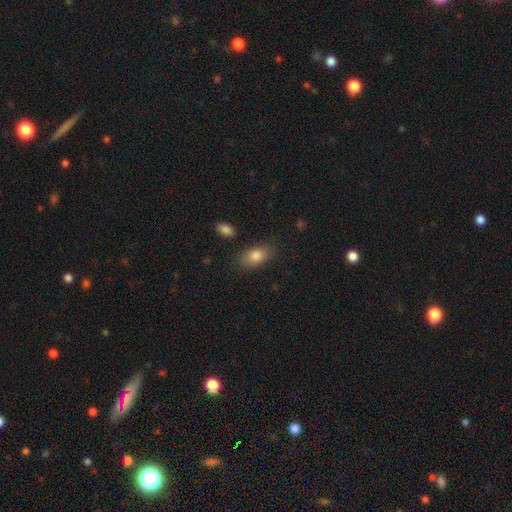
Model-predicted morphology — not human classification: Smooth or featured: smooth — 84% (featured or disk — 8%)
How rounded: in between — 89% (round — 7%)
Merging: none — 81% (minor disturbance — 13%)